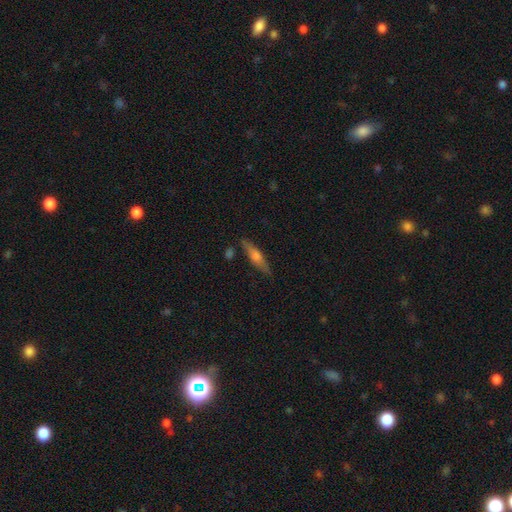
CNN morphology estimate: A featured or disk galaxy (65%) viewed edge-on (94%) with a rounded central bulge (85%). Merging: none (85%).